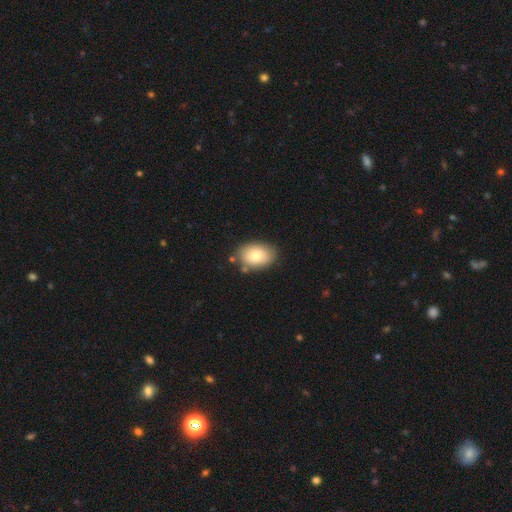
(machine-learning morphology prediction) Smooth or featured: smooth — 81% (featured or disk — 13%)
How rounded: in between — 85% (round — 14%)
Merging: none — 78% (minor disturbance — 14%)